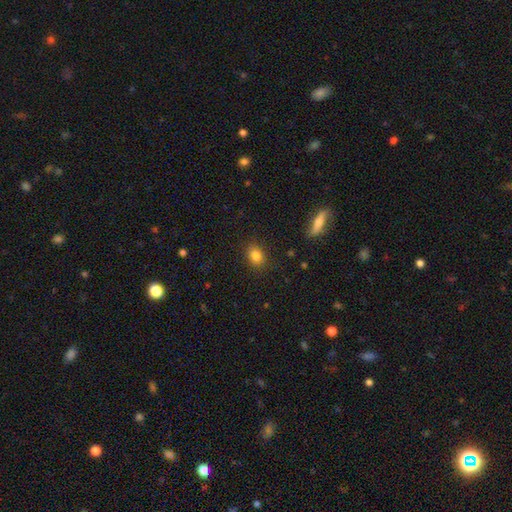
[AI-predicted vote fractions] smooth_or_featured: smooth (p=0.83) [alt: star or artifact p=0.11]
how_rounded: in between (p=0.60) [alt: round p=0.39]
merging: none (p=0.86) [alt: minor disturbance p=0.10]